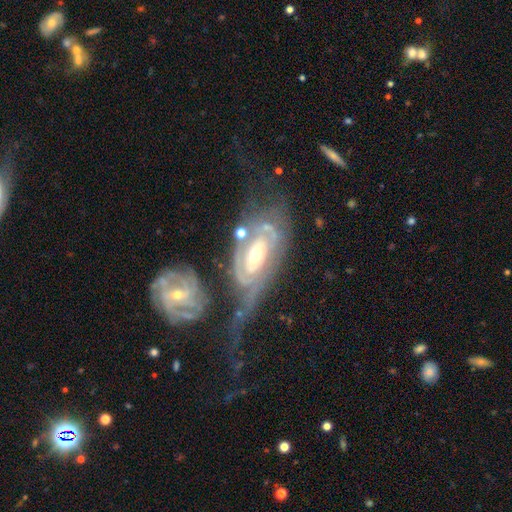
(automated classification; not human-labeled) featured or disk 85%, smooth 9%, star or artifact 5%. Down the decision tree: edge-on disk — no (93%); bar — no (54%); spiral arms — yes (89%); spiral arm count — 2 (37%, tied with can't tell); spiral winding — tight (67%); bulge size — moderate (60%); merging — merger (29%).